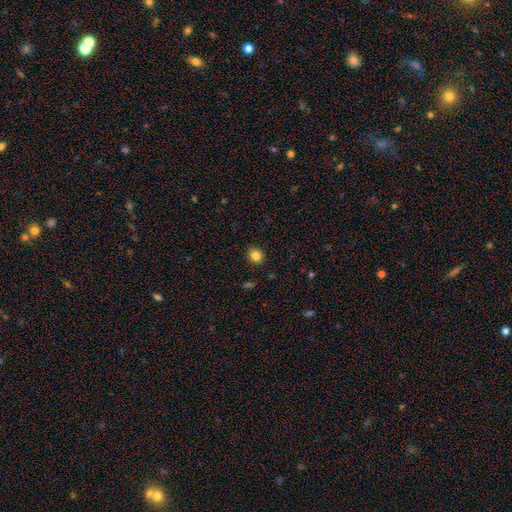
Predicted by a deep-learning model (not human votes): smooth 83%, star or artifact 12%, featured or disk 5%. Down the decision tree: how rounded — round (82%); merging — none (91%).